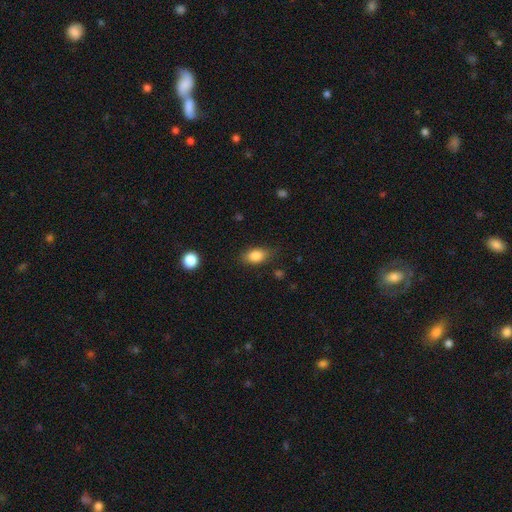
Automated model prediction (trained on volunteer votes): This appears to be a smooth galaxy with no disk features (85%) that is in between round and cigar-shaped (84%). Merging: none (80%).